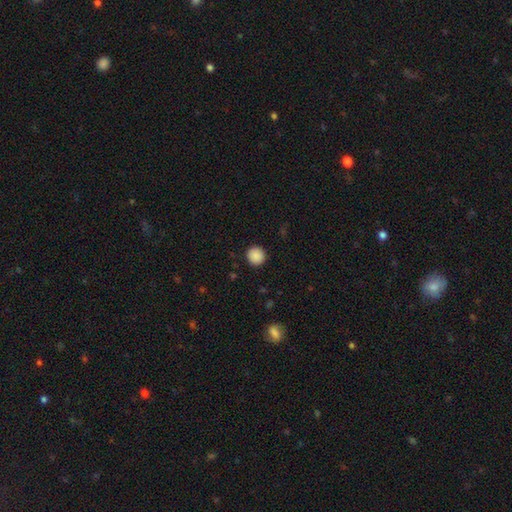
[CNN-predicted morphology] Smooth or featured? smooth (89%)
How rounded? round (94%)
Merging? none (92%)